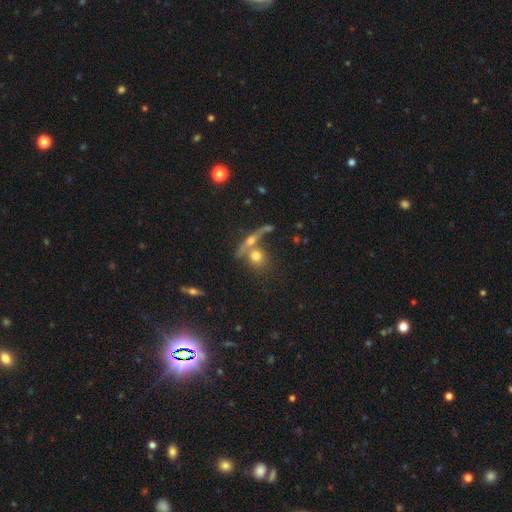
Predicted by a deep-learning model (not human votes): Morphology: type=smooth (42%); merging=none (49%).